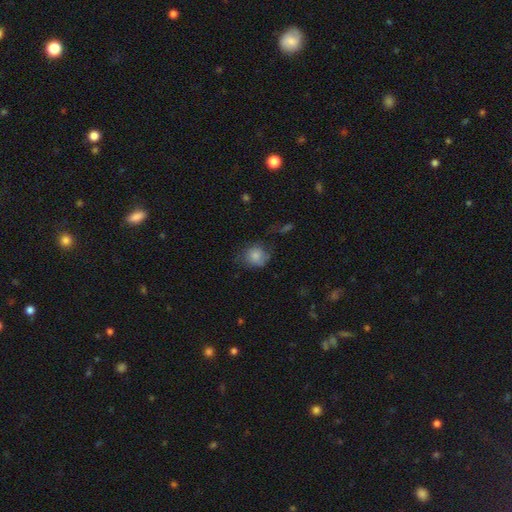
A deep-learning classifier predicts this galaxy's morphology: smooth-or-featured: smooth: 78% | featured or disk: 14% | star or artifact: 9%
  how-rounded: round: 76% | in between: 23% | cigar-shaped: 1%
  merging: none: 52% | minor disturbance: 28% | major disturbance: 17% | merger: 3%